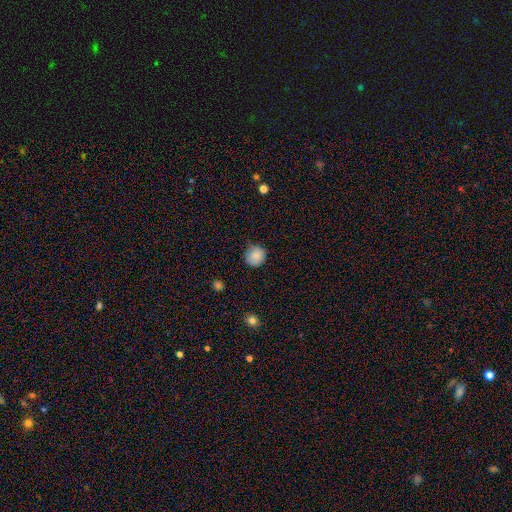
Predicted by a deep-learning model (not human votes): Q: Smooth or featured?
A: smooth (84%); runner-up: star or artifact (9%)
Q: How rounded?
A: round (92%); runner-up: in between (7%)
Q: Merging?
A: none (75%); runner-up: minor disturbance (20%)